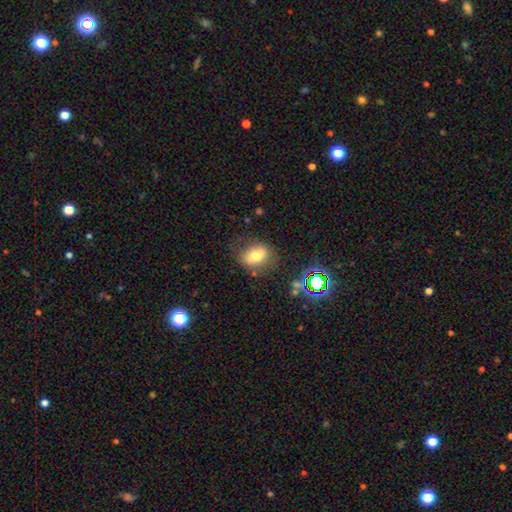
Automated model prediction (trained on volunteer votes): Smooth or featured? Predicted: smooth (p=0.67). How rounded? Predicted: in between (p=0.58). Merging? Predicted: none (p=0.69).